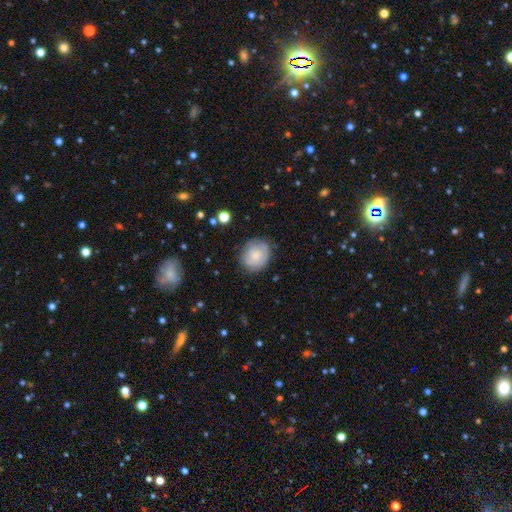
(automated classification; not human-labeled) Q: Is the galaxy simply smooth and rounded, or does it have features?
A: smooth — 61%.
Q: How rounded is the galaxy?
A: round — 70%.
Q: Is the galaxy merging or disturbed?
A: none — 76%.